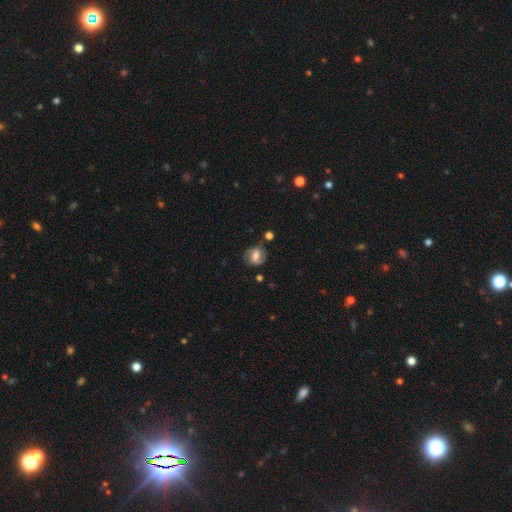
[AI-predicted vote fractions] Smooth or featured? smooth (50%)
How rounded? round (60%)
Merging? none (72%)